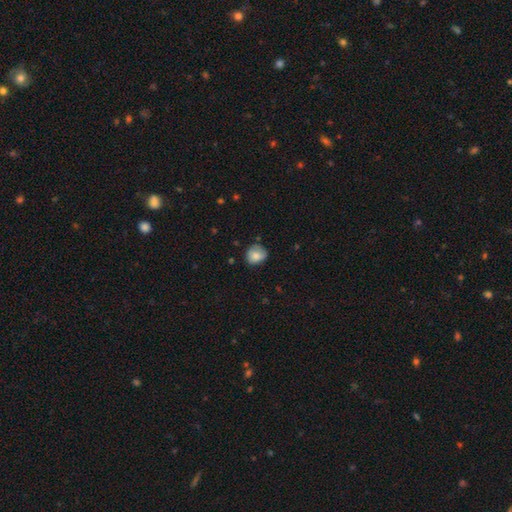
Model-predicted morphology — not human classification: The model was most divided on "merging": none: 66%, minor disturbance: 26%, major disturbance: 6%, merger: 2%. More confident: smooth or featured — smooth (79%); how rounded — round (71%).